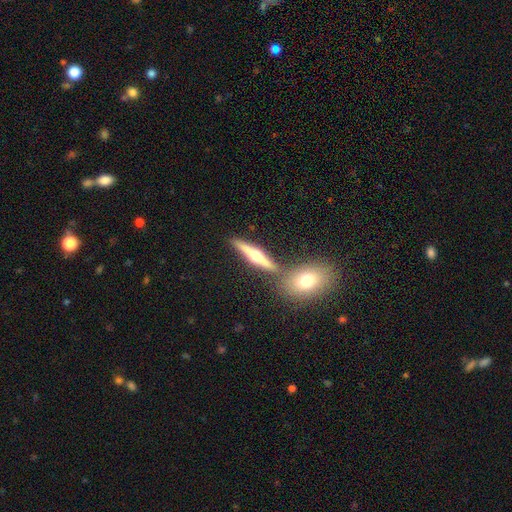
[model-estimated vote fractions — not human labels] Smooth or featured? Predicted: featured or disk (p=0.68). Edge-on disk? Predicted: yes (p=0.96). Edge-on bulge? Predicted: rounded (p=0.94). Merging? Predicted: none (p=0.75).